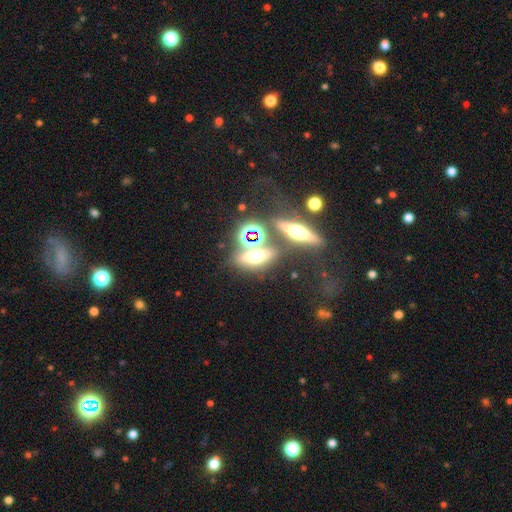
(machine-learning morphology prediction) This is marginally a smooth galaxy (40%). Merging: likely none (66%).